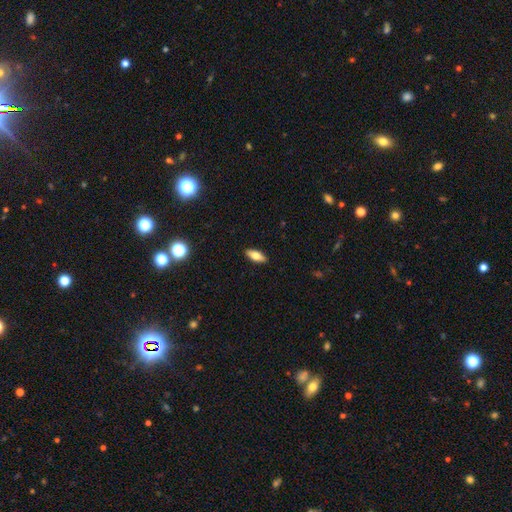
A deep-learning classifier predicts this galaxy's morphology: The model was most divided on "smooth or featured": smooth: 70%, featured or disk: 23%, star or artifact: 7%. More confident: merging — none (90%); how rounded — in between (74%).